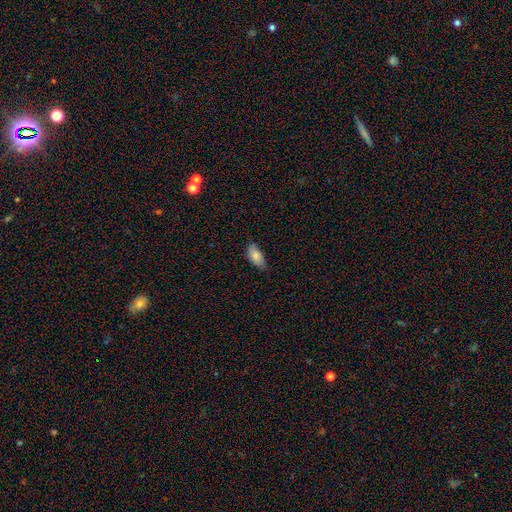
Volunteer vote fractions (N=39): smooth-or-featured: smooth: 95% | featured or disk: 3% | star or artifact: 3%
  how-rounded: in between: 95% | cigar-shaped: 5% | round: 0%
  merging: none: 61% | minor disturbance: 37% | major disturbance: 3% | merger: 0%